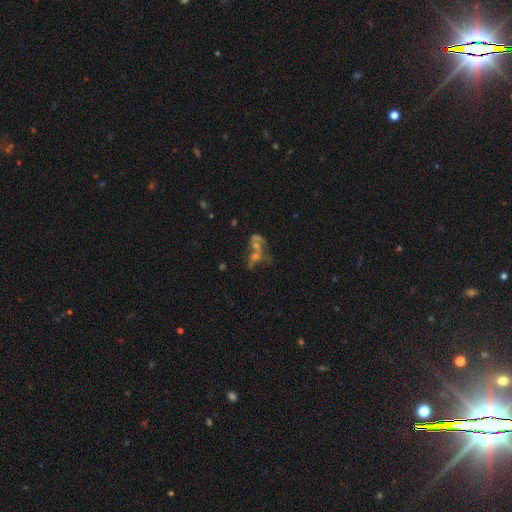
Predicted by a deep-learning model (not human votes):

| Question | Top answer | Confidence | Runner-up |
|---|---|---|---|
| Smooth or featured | featured or disk | 47% | star or artifact (29%) |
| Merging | merger | 42% | none (26%) |